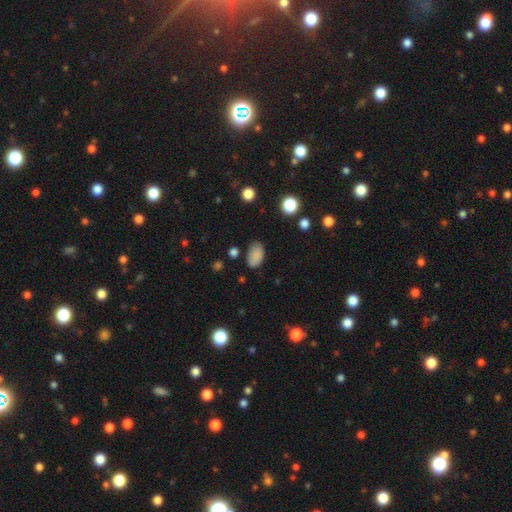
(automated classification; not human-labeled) This is clearly a smooth galaxy (85%). How rounded: clearly in between (92%). Merging: likely none (74%).